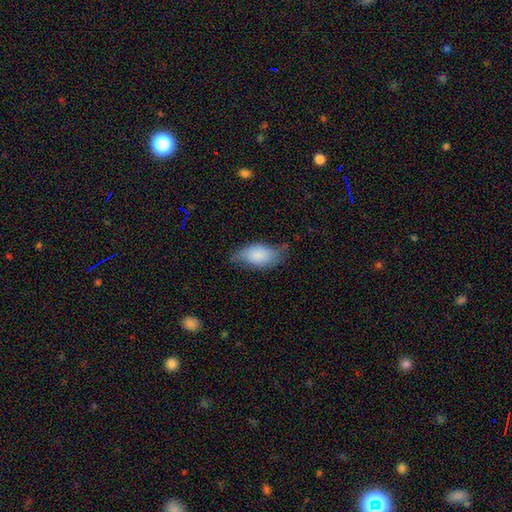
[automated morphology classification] A smooth galaxy with no disk features (77%) that is in between round and cigar-shaped (91%).

Vote fractions:
- Smooth or featured? smooth: 77% / featured or disk: 16% / star or artifact: 8%
- How rounded? in between: 91% / round: 5% / cigar-shaped: 4%
- Merging? none: 55% / minor disturbance: 34% / major disturbance: 9% / merger: 2%